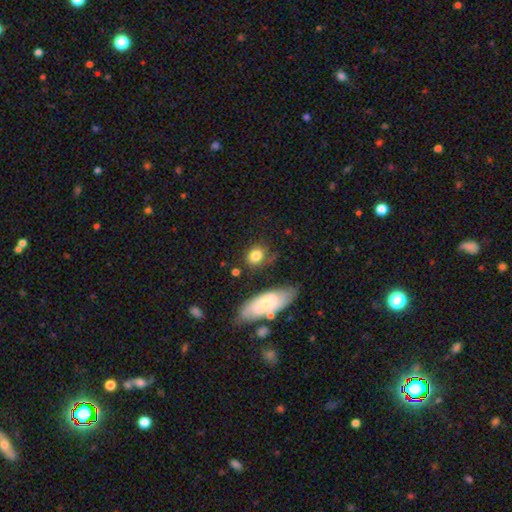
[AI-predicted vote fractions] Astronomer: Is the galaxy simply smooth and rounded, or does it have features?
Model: smooth — 78%.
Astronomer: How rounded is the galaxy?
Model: round — 63%.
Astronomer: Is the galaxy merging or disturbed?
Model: none — 67%.